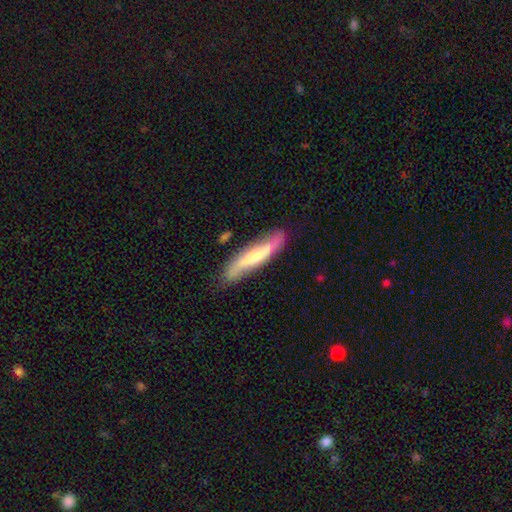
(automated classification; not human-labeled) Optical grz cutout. It shows a featured or disk galaxy (58%) viewed edge-on (51%). Merging: none (77%).